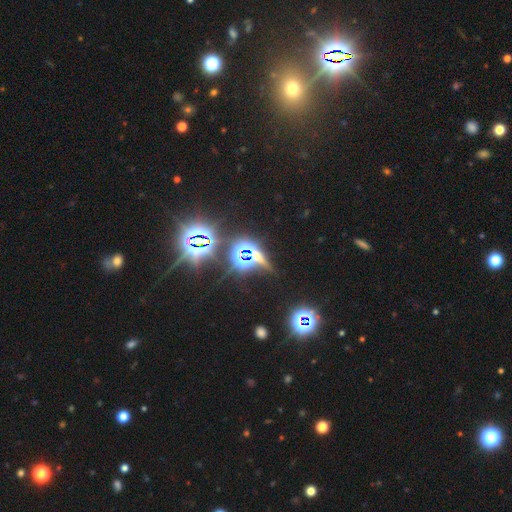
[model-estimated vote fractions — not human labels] Smooth or featured?
  - star or artifact: 76% *
  - smooth: 14%
  - featured or disk: 10%